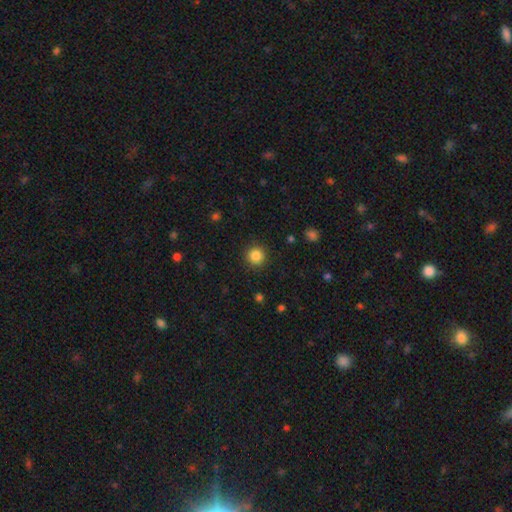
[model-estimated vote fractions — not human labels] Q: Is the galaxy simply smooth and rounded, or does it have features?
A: smooth — 85%.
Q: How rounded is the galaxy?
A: round — 95%.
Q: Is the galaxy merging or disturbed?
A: none — 91%.